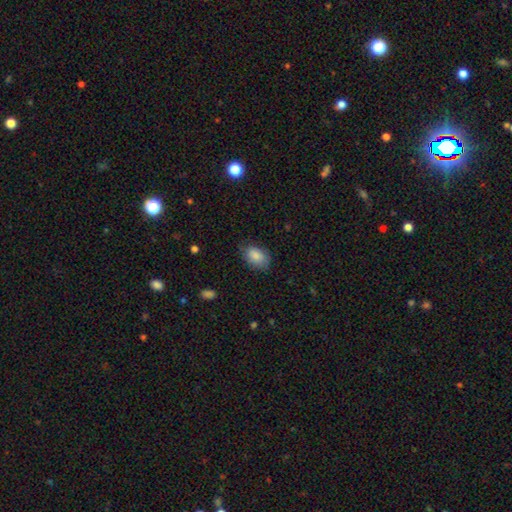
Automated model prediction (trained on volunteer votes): Smooth or featured? Predicted: smooth (p=0.85). How rounded? Predicted: in between (p=0.86). Merging? Predicted: none (p=0.69).